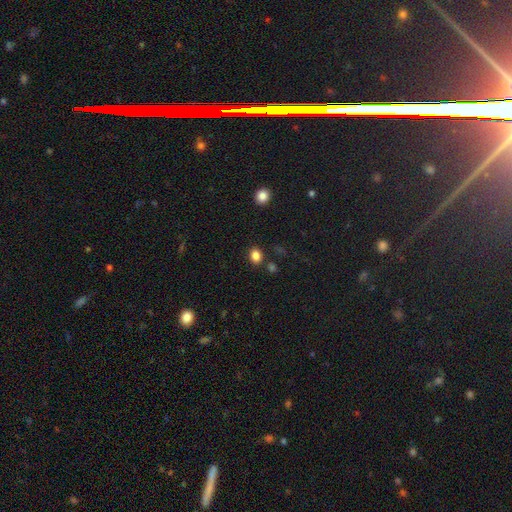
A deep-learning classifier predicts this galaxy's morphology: Q: Smooth or featured?
A: smooth (84%); runner-up: star or artifact (12%)
Q: How rounded?
A: round (52%); runner-up: in between (47%)
Q: Merging?
A: none (83%); runner-up: minor disturbance (9%)